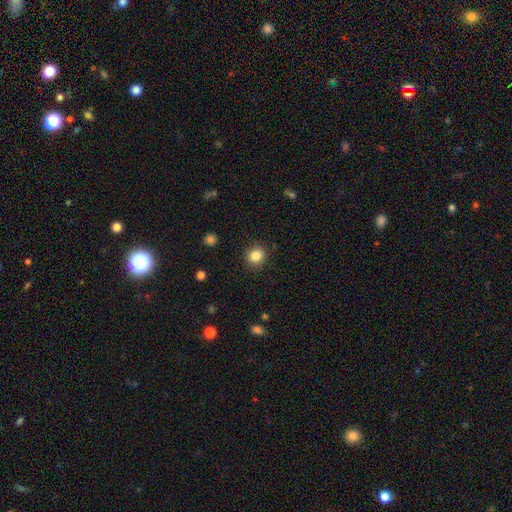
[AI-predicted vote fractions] Smooth or featured? Predicted: smooth (p=0.84). How rounded? Predicted: round (p=0.82). Merging? Predicted: none (p=0.89).